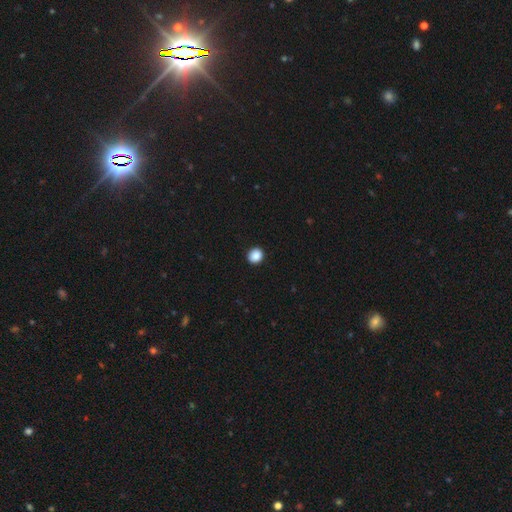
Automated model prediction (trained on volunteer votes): Q: Smooth or featured?
A: smooth (89%); runner-up: star or artifact (9%)
Q: How rounded?
A: round (84%); runner-up: in between (15%)
Q: Merging?
A: none (92%); runner-up: minor disturbance (5%)